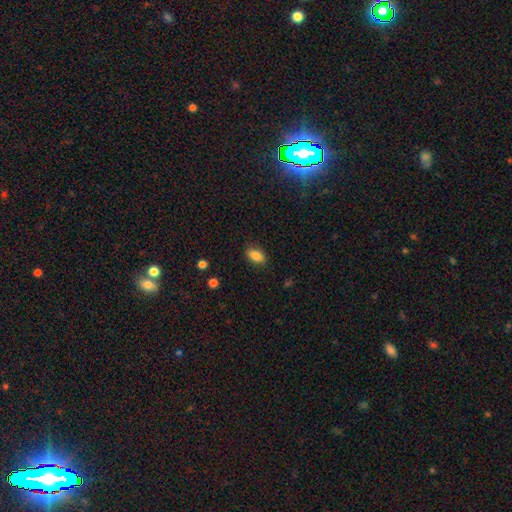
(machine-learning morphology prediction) Overall: smooth (85%). How rounded: in between (88%). Merging: none (84%).